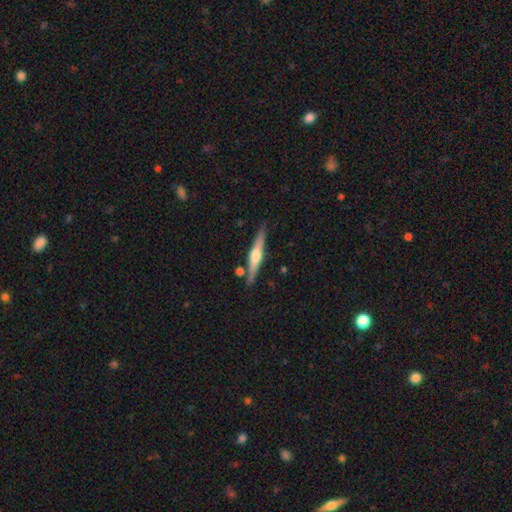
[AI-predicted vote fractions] The model was most divided on "smooth or featured": featured or disk: 67%, smooth: 28%, star or artifact: 6%. More confident: edge-on disk — yes (97%); edge-on bulge — rounded (90%); merging — none (84%).